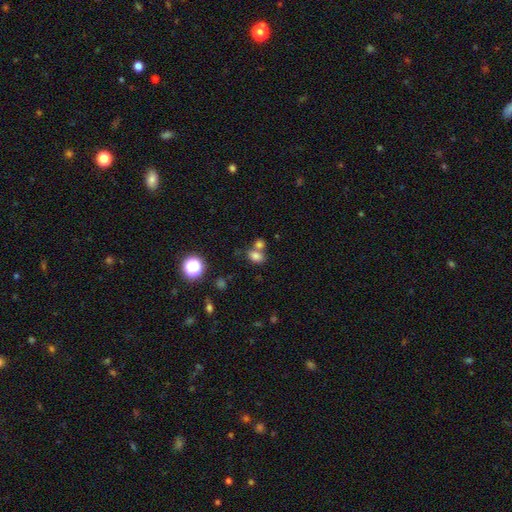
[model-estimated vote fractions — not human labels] smooth 77%, star or artifact 15%, featured or disk 8%. Down the decision tree: how rounded — in between (69%); merging — none (46%).